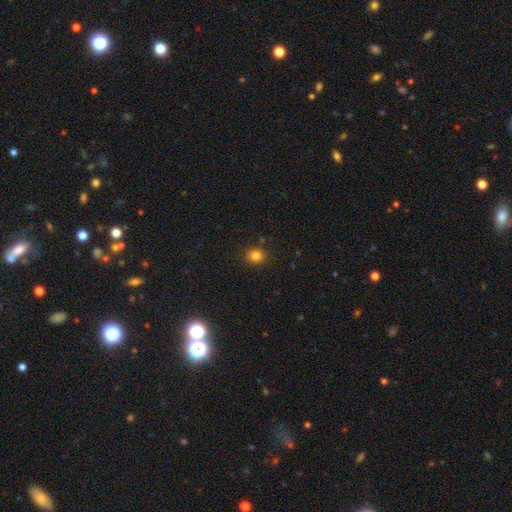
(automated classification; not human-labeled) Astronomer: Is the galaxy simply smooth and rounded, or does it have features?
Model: smooth — 82%.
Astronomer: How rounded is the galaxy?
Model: round — 79%.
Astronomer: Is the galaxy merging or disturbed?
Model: none — 89%.